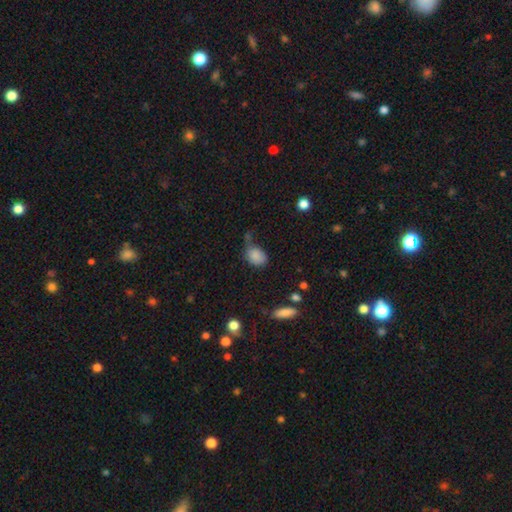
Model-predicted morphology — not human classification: Smooth or featured?
  - smooth: 84% *
  - star or artifact: 9%
  - featured or disk: 7%
How rounded?
  - in between: 71% *
  - round: 27%
  - cigar-shaped: 1%
Merging?
  - none: 44% *
  - minor disturbance: 28%
  - major disturbance: 16%
  - merger: 13%